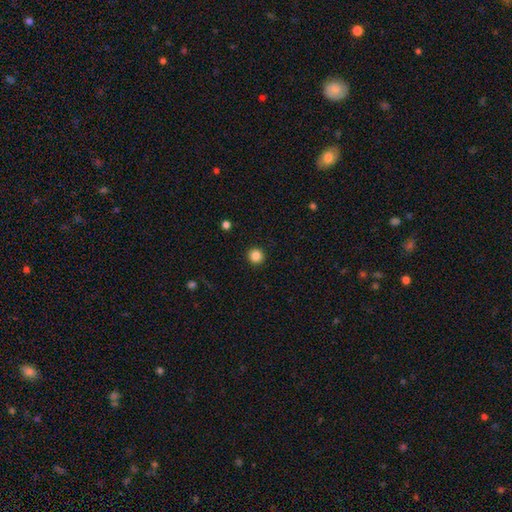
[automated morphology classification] type=smooth (86%); roundness=round (93%); merging=none (93%).